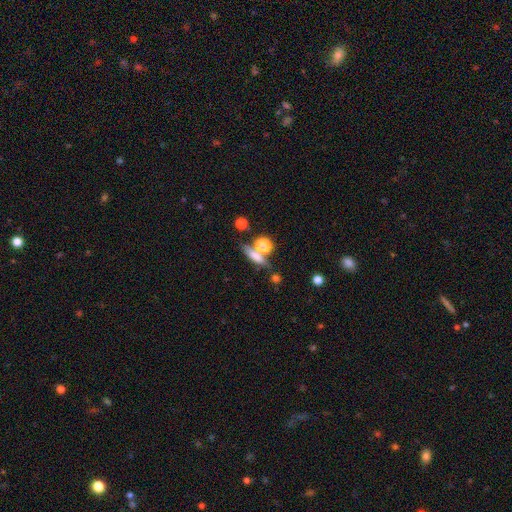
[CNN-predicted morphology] Q: Smooth or featured?
A: smooth (66%); runner-up: featured or disk (21%)
Q: How rounded?
A: cigar-shaped (45%); runner-up: in between (34%)
Q: Merging?
A: none (58%); runner-up: merger (24%)